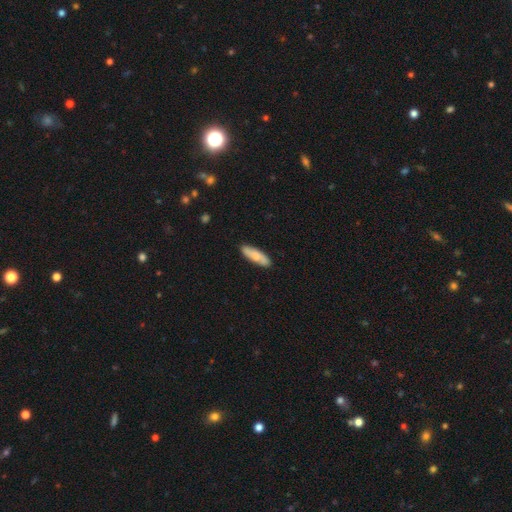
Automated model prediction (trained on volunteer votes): A smooth galaxy with no disk features (68%) that is in between round and cigar-shaped (49%, tied with cigar-shaped).

Vote fractions:
- Smooth or featured? smooth: 68% / featured or disk: 26% / star or artifact: 5%
- How rounded? in between: 49% (tied) / cigar-shaped: 49% (tied) / round: 2%
- Merging? none: 85% / minor disturbance: 11% / major disturbance: 2% / merger: 2%